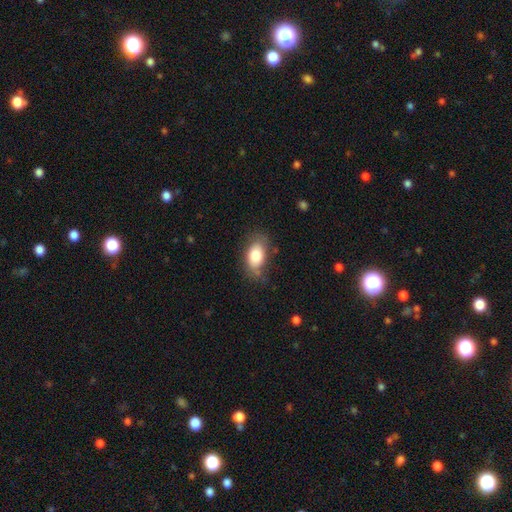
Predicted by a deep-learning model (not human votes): smooth_or_featured: smooth (p=0.78) [alt: featured or disk p=0.14]
how_rounded: in between (p=0.89) [alt: round p=0.09]
merging: none (p=0.67) [alt: minor disturbance p=0.24]